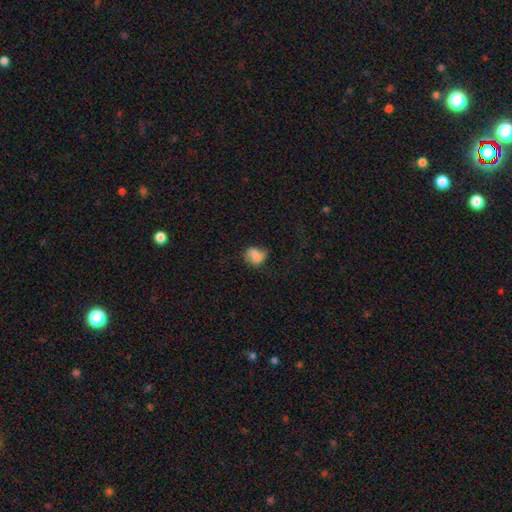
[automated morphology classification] Smooth or featured? Predicted: smooth (p=0.67). How rounded? Predicted: in between (p=0.53). Merging? Predicted: none (p=0.51).